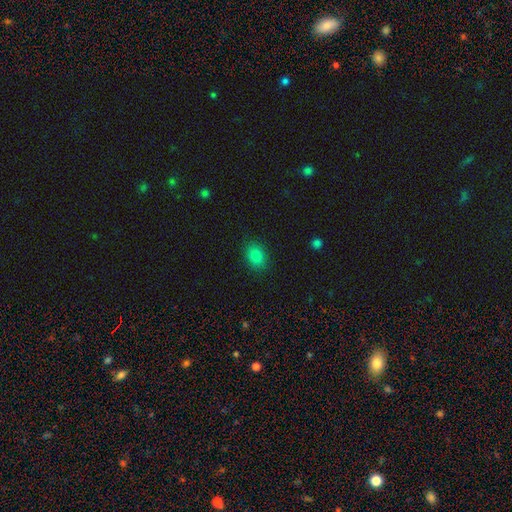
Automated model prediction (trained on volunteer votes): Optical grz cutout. It shows a smooth galaxy with no disk features (84%) that is in between round and cigar-shaped (72%). Merging: none (87%).